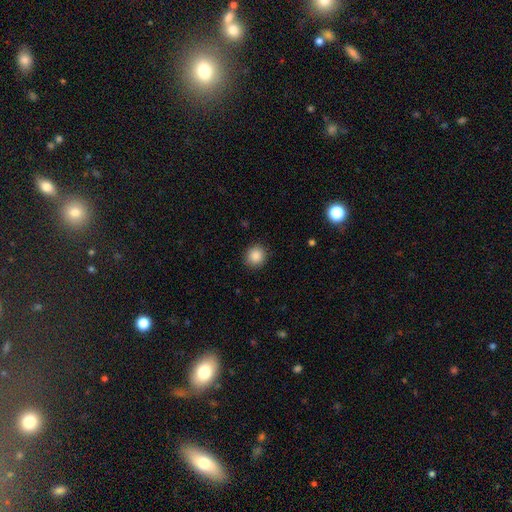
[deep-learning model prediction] smooth-or-featured: smooth: 87% | star or artifact: 9% | featured or disk: 3%
  how-rounded: round: 89% | in between: 10% | cigar-shaped: 1%
  merging: none: 91% | minor disturbance: 6% | major disturbance: 2% | merger: 1%